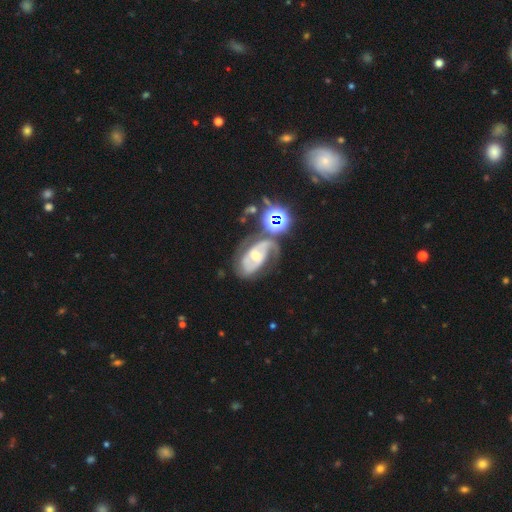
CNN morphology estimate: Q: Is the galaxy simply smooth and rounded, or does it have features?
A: featured or disk — 83%.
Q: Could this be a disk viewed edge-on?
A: no — 97%.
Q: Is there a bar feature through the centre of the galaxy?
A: no — 44%.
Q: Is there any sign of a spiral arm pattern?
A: yes — 94%.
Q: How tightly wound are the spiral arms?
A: medium — 44%.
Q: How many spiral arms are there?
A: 2 — 64%.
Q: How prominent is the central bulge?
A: moderate — 52%.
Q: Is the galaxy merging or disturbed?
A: none — 45%.